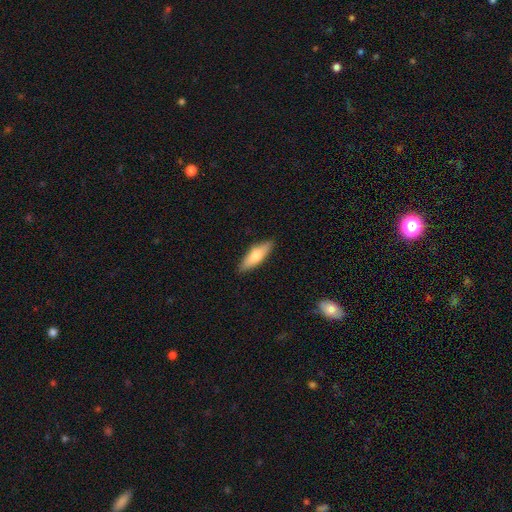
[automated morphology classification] Smooth or featured?
  - smooth: 71% *
  - featured or disk: 23%
  - star or artifact: 5%
How rounded?
  - cigar-shaped: 50% *
  - in between: 48%
  - round: 2%
Merging?
  - none: 87% *
  - minor disturbance: 10%
  - major disturbance: 2%
  - merger: 1%